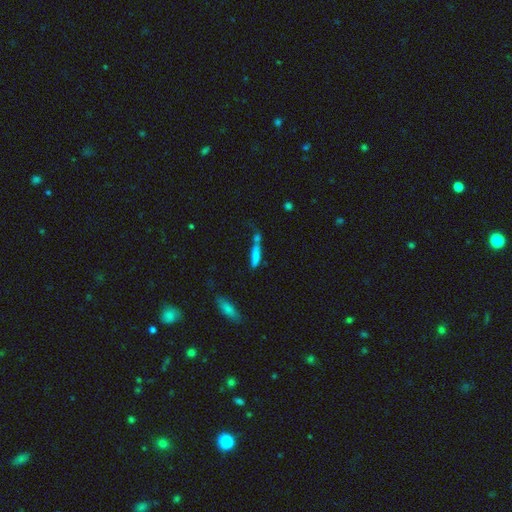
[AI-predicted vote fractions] smooth_or_featured: smooth (p=0.72) [alt: featured or disk p=0.18]
how_rounded: cigar-shaped (p=0.71) [alt: in between p=0.26]
merging: merger (p=0.39) [alt: none p=0.35]